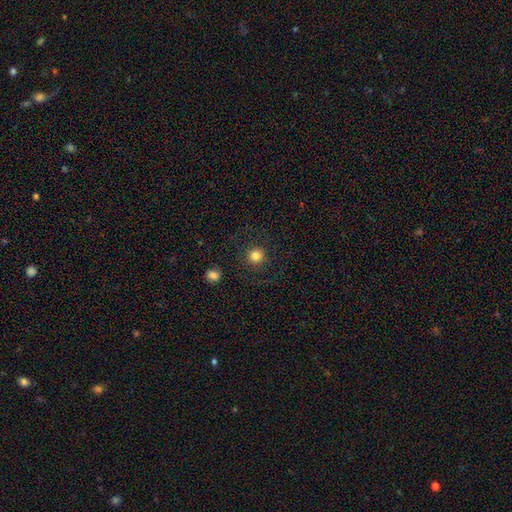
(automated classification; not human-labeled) smooth-or-featured: smooth: 82% | star or artifact: 12% | featured or disk: 6%
  how-rounded: round: 94% | in between: 5% | cigar-shaped: 1%
  merging: none: 87% | minor disturbance: 7% | major disturbance: 4% | merger: 2%